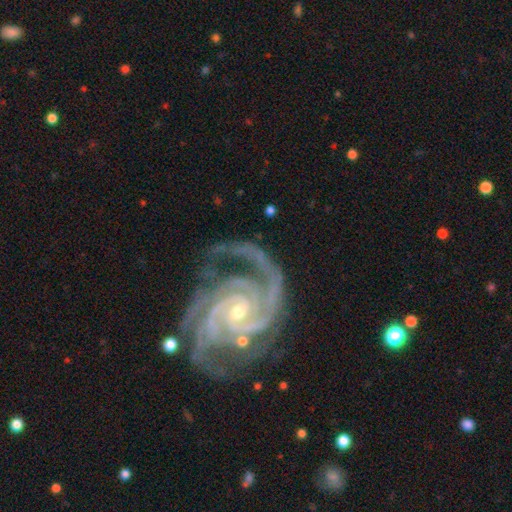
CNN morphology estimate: Smooth or featured?
  - featured or disk: 94% *
  - star or artifact: 4%
  - smooth: 2%
Edge-on disk?
  - no: 98% *
  - yes: 2%
Bar?
  - no: 51% *
  - weak: 32%
  - strong: 17%
Spiral arms?
  - yes: 99% *
  - no: 1%
Spiral winding?
  - tight: 63% *
  - medium: 33%
  - loose: 4%
Spiral arm count?
  - 3: 37% *
  - 2: 22%
  - 4: 16%
  - can't tell: 10%
  - more than 4: 8%
  - 1: 7%
Bulge size?
  - small: 70% *
  - moderate: 27%
  - large: 1%
  - none: 1%
  - dominant: 1%
Merging?
  - none: 62% *
  - minor disturbance: 21%
  - major disturbance: 13%
  - merger: 5%